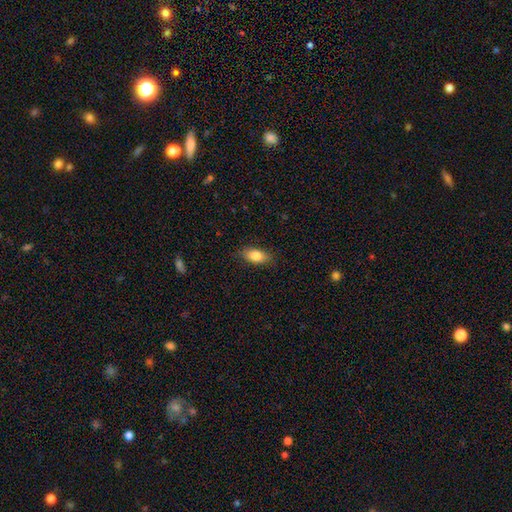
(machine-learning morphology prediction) This appears to be a smooth galaxy with no disk features (82%) that is in between round and cigar-shaped (87%). Merging: none (85%).